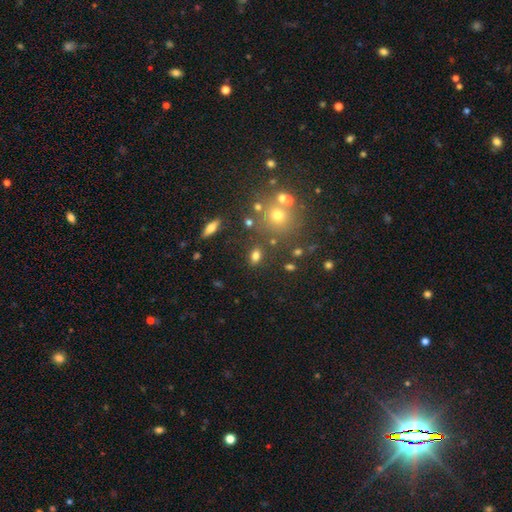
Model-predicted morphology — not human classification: Smooth or featured?
  - smooth: 73% *
  - star or artifact: 16%
  - featured or disk: 11%
How rounded?
  - in between: 76% *
  - round: 20%
  - cigar-shaped: 4%
Merging?
  - none: 77% *
  - minor disturbance: 12%
  - merger: 8%
  - major disturbance: 4%